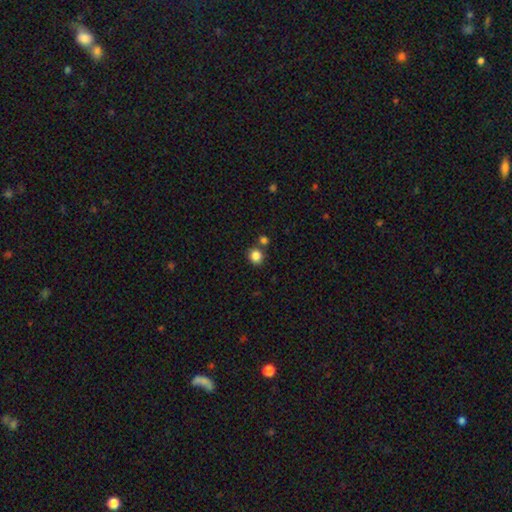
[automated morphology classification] A smooth galaxy with no disk features (85%) that is round (86%).

Vote fractions:
- Smooth or featured? smooth: 85% / star or artifact: 11% / featured or disk: 4%
- How rounded? round: 86% / in between: 13% / cigar-shaped: 1%
- Merging? none: 76% / merger: 14% / minor disturbance: 8% / major disturbance: 3%